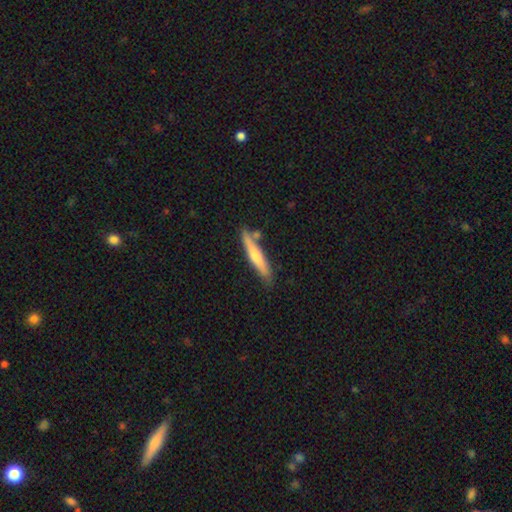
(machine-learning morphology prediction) Smooth or featured? Predicted: featured or disk (p=0.50). Edge-on disk? Predicted: yes (p=0.93). Merging? Predicted: none (p=0.80).